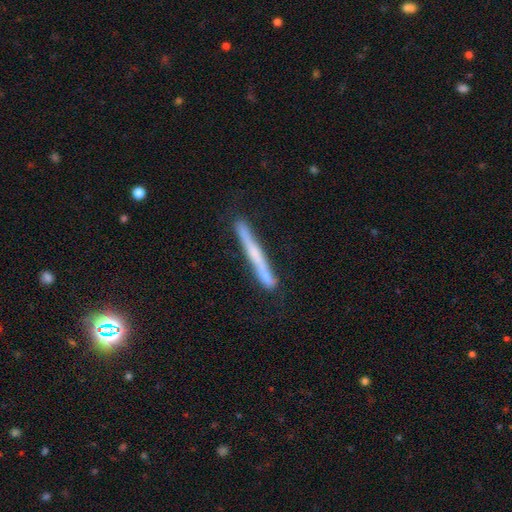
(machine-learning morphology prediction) Q: Smooth or featured?
A: featured or disk (49%); runner-up: smooth (43%)
Q: Merging?
A: none (83%); runner-up: minor disturbance (12%)